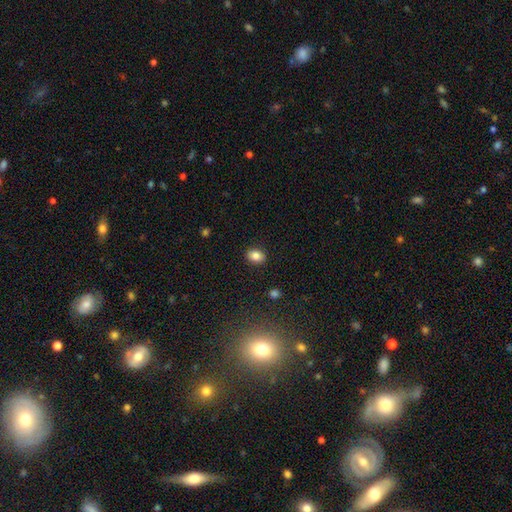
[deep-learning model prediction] A smooth galaxy with no disk features (84%) that is in between round and cigar-shaped (67%).

Vote fractions:
- Smooth or featured? smooth: 84% / star or artifact: 9% / featured or disk: 7%
- How rounded? in between: 67% / round: 32% / cigar-shaped: 1%
- Merging? none: 89% / minor disturbance: 8% / major disturbance: 2% / merger: 1%